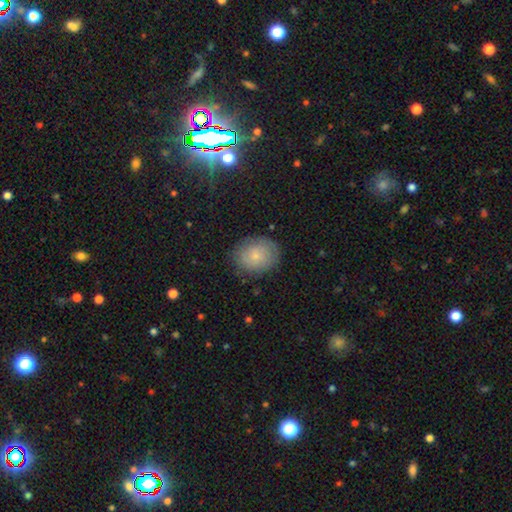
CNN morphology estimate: This appears to be a smooth galaxy with no disk features (75%) that is round (51%). Merging: none (80%).